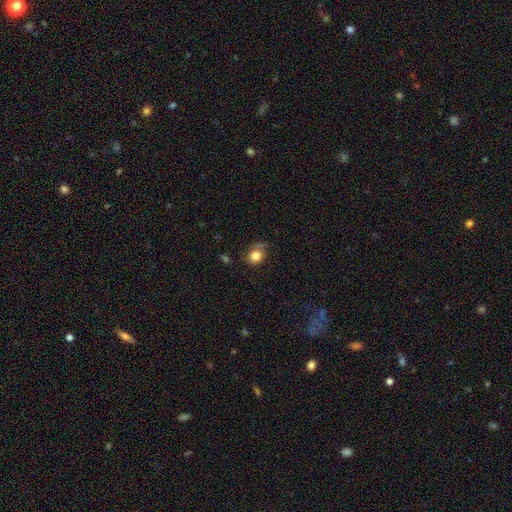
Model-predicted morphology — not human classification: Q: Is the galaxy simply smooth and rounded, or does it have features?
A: smooth — 81%.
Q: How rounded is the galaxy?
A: round — 71%.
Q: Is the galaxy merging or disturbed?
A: none — 60%.